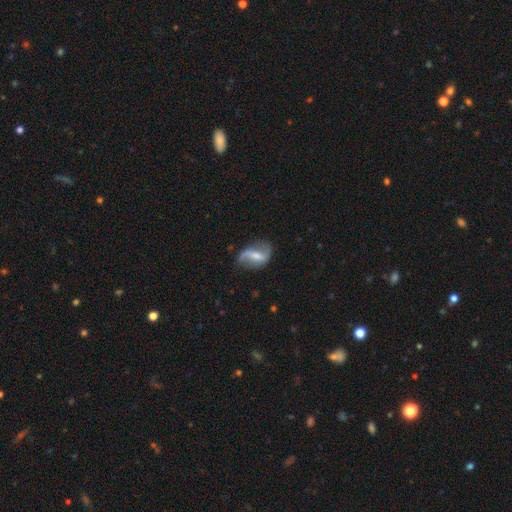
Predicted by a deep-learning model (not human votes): Smooth or featured?
  - featured or disk: 75% *
  - smooth: 18%
  - star or artifact: 6%
Edge-on disk?
  - no: 96% *
  - yes: 4%
Bar?
  - weak: 45% *
  - strong: 34%
  - no: 21%
Spiral arms?
  - yes: 89% *
  - no: 11%
Spiral winding?
  - loose: 75% *
  - medium: 19%
  - tight: 5%
Spiral arm count?
  - 2: 87% *
  - 1: 6%
  - can't tell: 4%
  - 3: 1%
  - 4: 1%
  - more than 4: 1%
Bulge size?
  - moderate: 44% *
  - small: 40%
  - none: 10%
  - large: 4%
  - dominant: 1%
Merging?
  - none: 62% *
  - minor disturbance: 24%
  - major disturbance: 12%
  - merger: 2%